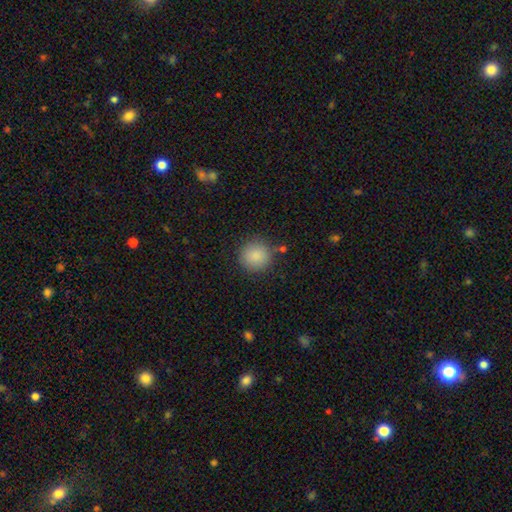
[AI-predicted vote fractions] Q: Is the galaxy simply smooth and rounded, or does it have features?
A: smooth — 88%.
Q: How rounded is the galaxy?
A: round — 93%.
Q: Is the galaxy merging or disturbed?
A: none — 85%.